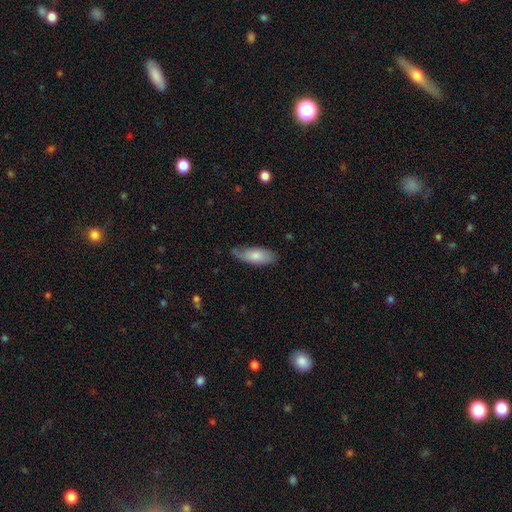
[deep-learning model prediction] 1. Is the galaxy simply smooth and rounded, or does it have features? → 75% smooth, 19% featured or disk, 6% star or artifact.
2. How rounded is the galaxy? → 78% in between, 20% cigar-shaped, 2% round.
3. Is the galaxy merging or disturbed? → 63% none, 29% minor disturbance, 6% major disturbance, 2% merger.